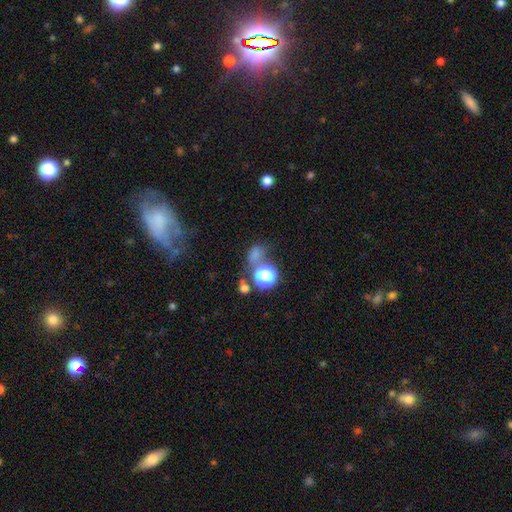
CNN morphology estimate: A smooth galaxy with no disk features (64%) that is round (51%).

Vote fractions:
- Smooth or featured? smooth: 64% / star or artifact: 27% / featured or disk: 9%
- How rounded? round: 51% / in between: 47% / cigar-shaped: 2%
- Merging? none: 50% / merger: 21% / minor disturbance: 17% / major disturbance: 12%